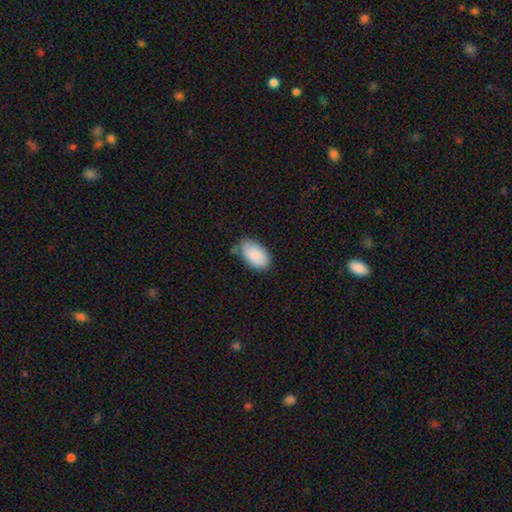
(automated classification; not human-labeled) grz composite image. It shows a smooth galaxy with no disk features (87%) that is in between round and cigar-shaped (95%). Merging: none (70%).